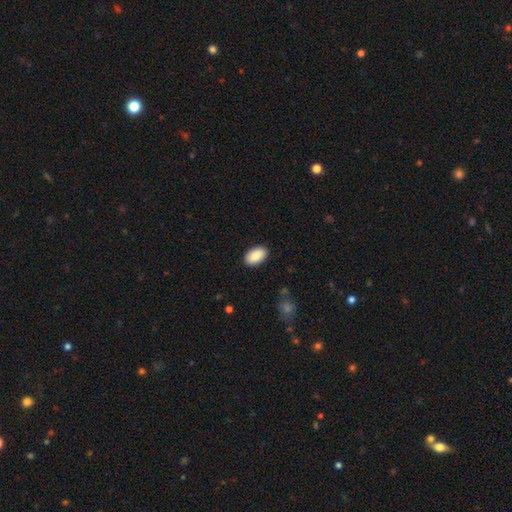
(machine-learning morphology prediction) smooth-or-featured: smooth: 88% | star or artifact: 6% | featured or disk: 6%
  how-rounded: in between: 94% | round: 4% | cigar-shaped: 1%
  merging: none: 89% | minor disturbance: 8% | major disturbance: 2% | merger: 1%